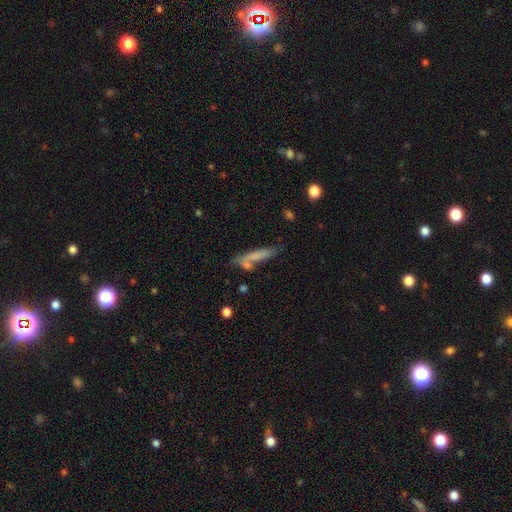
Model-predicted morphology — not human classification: Smooth or featured?
  - smooth: 70% *
  - featured or disk: 21%
  - star or artifact: 8%
How rounded?
  - cigar-shaped: 83% *
  - in between: 15%
  - round: 2%
Merging?
  - none: 57% *
  - minor disturbance: 19%
  - merger: 17%
  - major disturbance: 7%